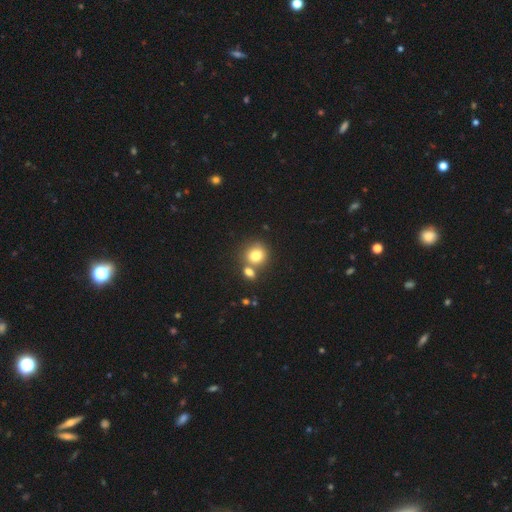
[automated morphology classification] type=smooth (79%); roundness=round (81%); merging=none (54%).